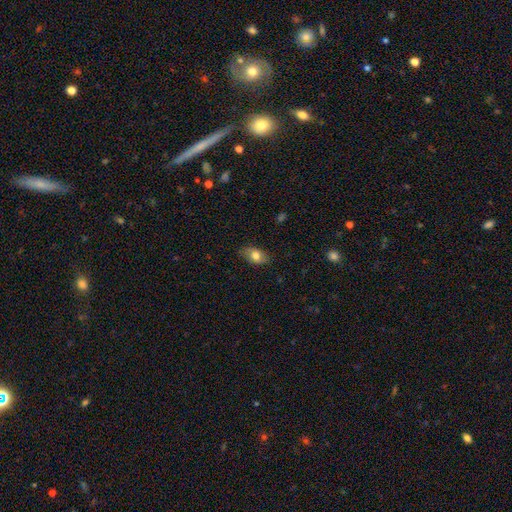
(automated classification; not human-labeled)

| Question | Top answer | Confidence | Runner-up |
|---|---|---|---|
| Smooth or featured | smooth | 76% | featured or disk (17%) |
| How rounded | in between | 89% | round (9%) |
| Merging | none | 80% | minor disturbance (16%) |